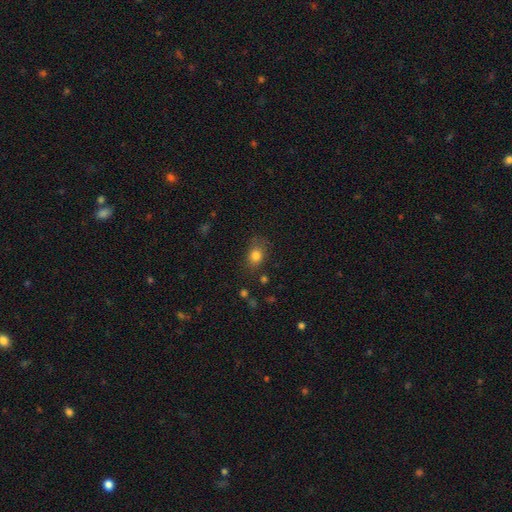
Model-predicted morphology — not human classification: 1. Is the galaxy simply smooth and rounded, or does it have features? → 81% smooth, 11% star or artifact, 8% featured or disk.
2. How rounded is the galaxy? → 60% in between, 39% round, 2% cigar-shaped.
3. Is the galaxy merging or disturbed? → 73% none, 18% minor disturbance, 6% major disturbance, 2% merger.